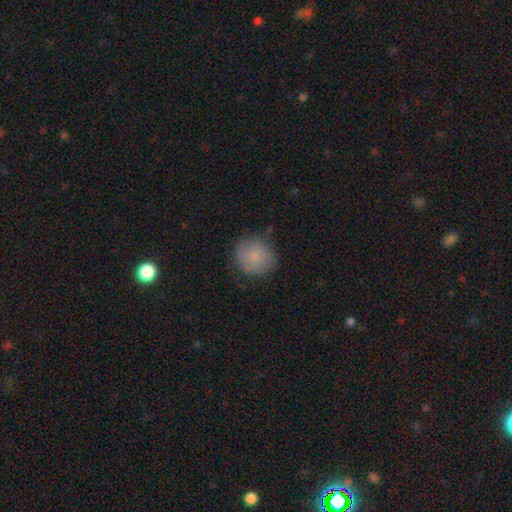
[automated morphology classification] This appears to be a smooth galaxy with no disk features (81%) that is round (89%). Merging: none (79%).